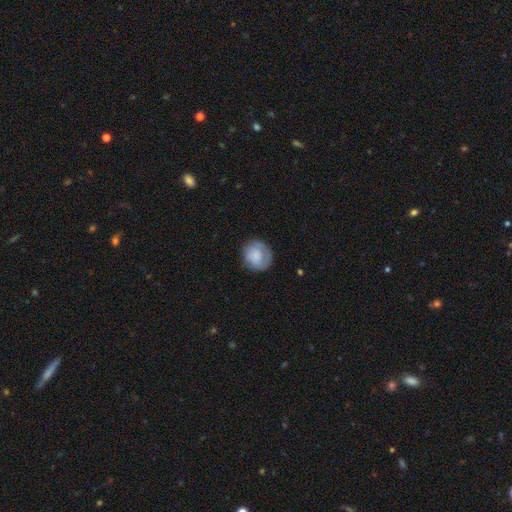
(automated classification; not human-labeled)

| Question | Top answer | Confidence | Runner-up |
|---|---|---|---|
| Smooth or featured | smooth | 67% | featured or disk (25%) |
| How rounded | round | 83% | in between (16%) |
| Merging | none | 72% | minor disturbance (19%) |